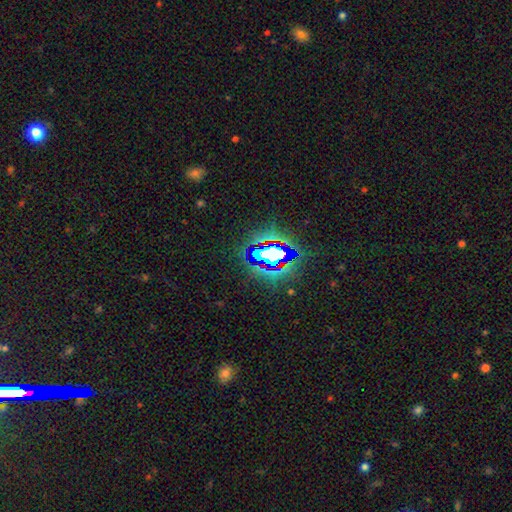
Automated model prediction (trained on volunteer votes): Q: Smooth or featured?
A: star or artifact (78%); runner-up: smooth (13%)